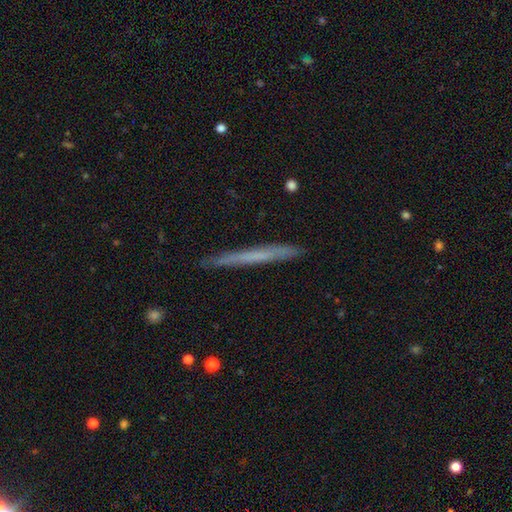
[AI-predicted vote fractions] This appears to be a smooth galaxy with no disk features (49%). Merging: none (89%).